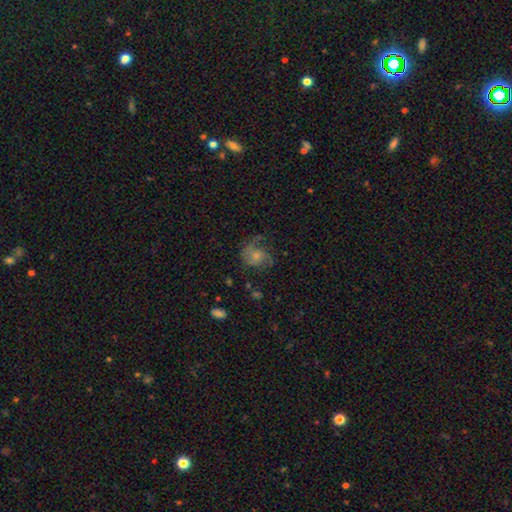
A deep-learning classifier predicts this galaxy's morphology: This is likely a featured or disk galaxy (67%). It is clearly not viewed edge-on (98%). Bar: likely no (75%). Spiral arm pattern: clearly yes (89%). Spiral arm count: possibly 2 (47%). Spiral winding: marginally medium (45%). Central bulge: possibly small (46%). Merging: possibly none (48%).